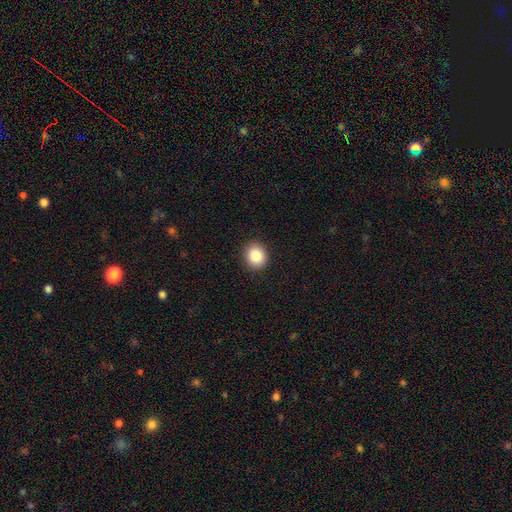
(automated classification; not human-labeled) This is clearly a smooth galaxy (87%). How rounded: likely round (78%). Merging: clearly none (91%).